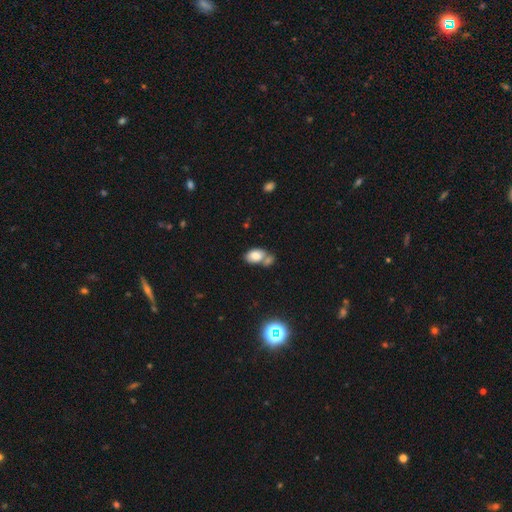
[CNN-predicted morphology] smooth-or-featured: smooth: 79% | featured or disk: 12% | star or artifact: 9%
  how-rounded: in between: 88% | round: 11% | cigar-shaped: 1%
  merging: merger: 43% | none: 38% | minor disturbance: 14% | major disturbance: 5%